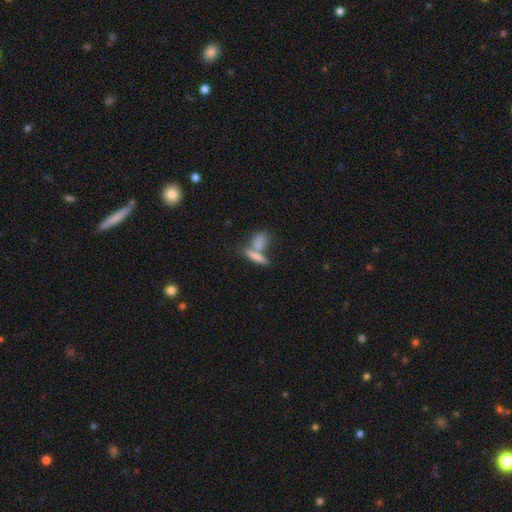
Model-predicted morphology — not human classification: smooth 71%, featured or disk 20%, star or artifact 9%. Down the decision tree: how rounded — cigar-shaped (58%); merging — merger (45%).